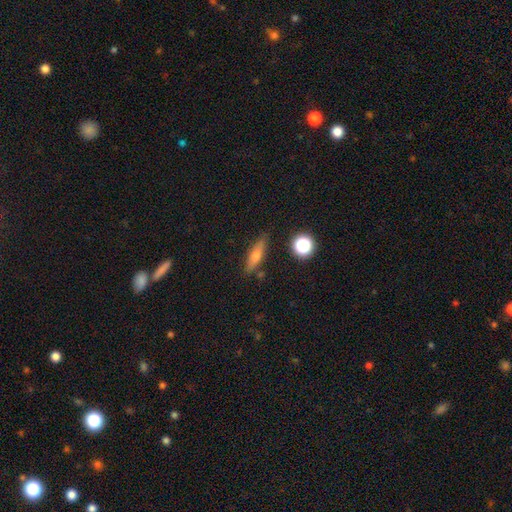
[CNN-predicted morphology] A smooth galaxy with no disk features (54%) that is cigar-shaped (65%). Merging: none (82%).